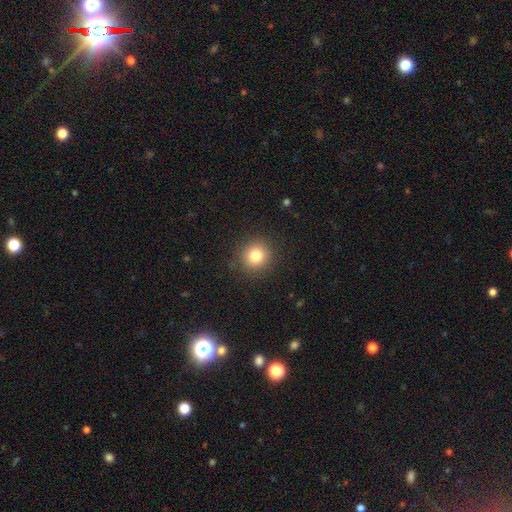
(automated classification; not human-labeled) Smooth or featured: smooth — 80% (star or artifact — 12%)
How rounded: round — 92% (in between — 7%)
Merging: none — 90% (minor disturbance — 6%)